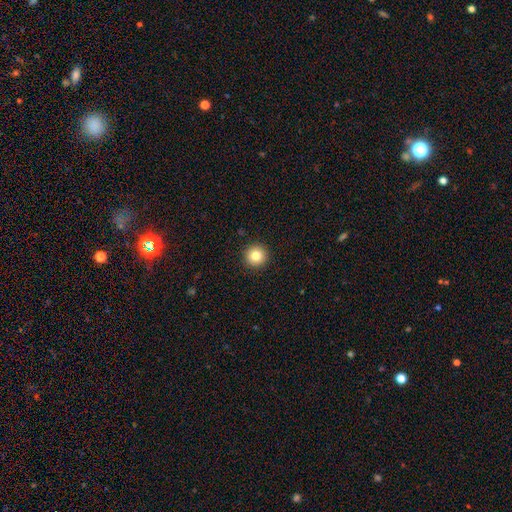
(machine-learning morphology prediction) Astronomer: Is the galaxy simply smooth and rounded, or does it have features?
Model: smooth — 82%.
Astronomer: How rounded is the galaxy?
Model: round — 96%.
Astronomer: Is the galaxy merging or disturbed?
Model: none — 93%.